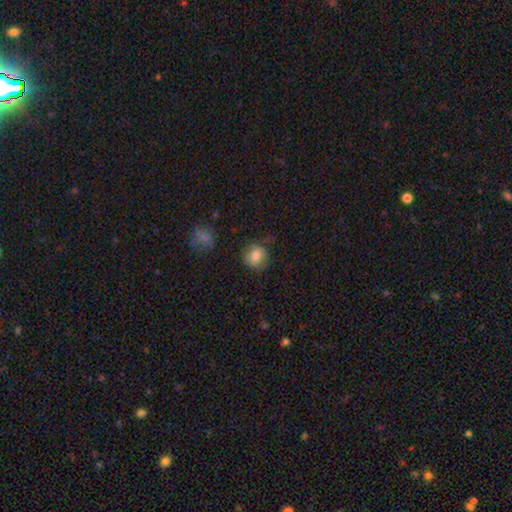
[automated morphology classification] A smooth galaxy with no disk features (78%) that is round (83%). Merging: none (73%).